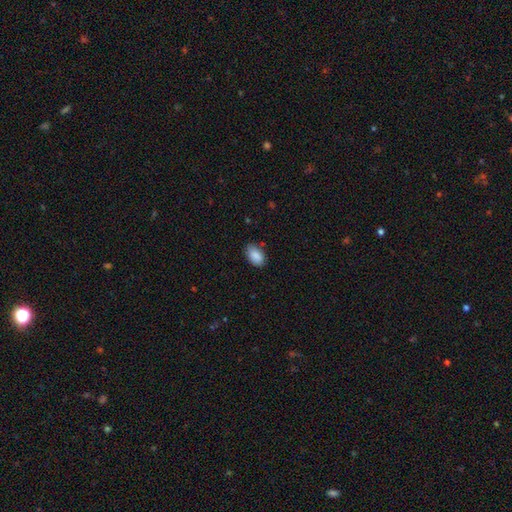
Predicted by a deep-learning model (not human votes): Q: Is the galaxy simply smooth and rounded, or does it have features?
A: smooth — 89%.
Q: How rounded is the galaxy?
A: in between — 93%.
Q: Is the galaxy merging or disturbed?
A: none — 81%.